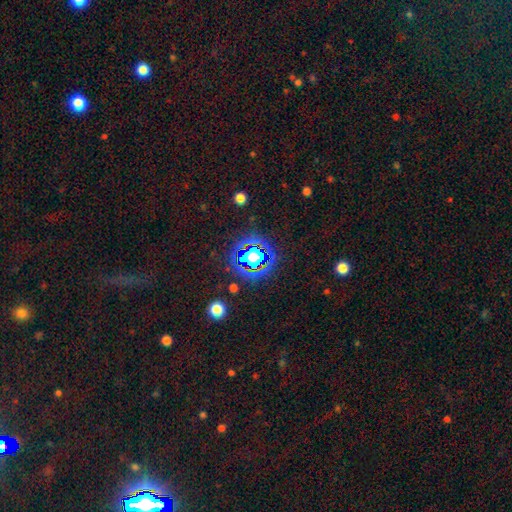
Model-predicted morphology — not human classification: A star or artifact, not a galaxy (61%).